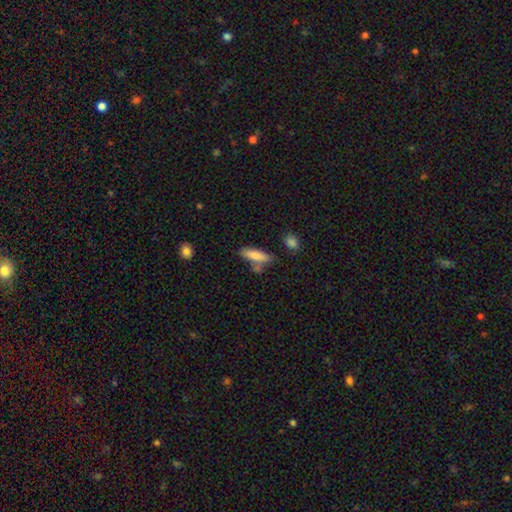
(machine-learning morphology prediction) smooth 81%, featured or disk 13%, star or artifact 7%. Down the decision tree: how rounded — cigar-shaped (59%); merging — none (64%).